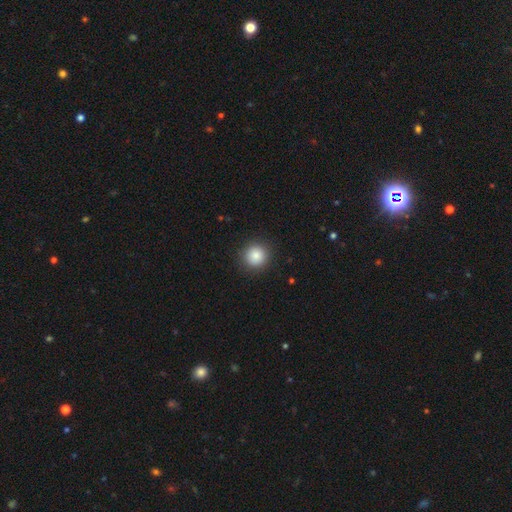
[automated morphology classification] smooth_or_featured: smooth (p=0.86) [alt: star or artifact p=0.09]
how_rounded: round (p=0.94) [alt: in between p=0.05]
merging: none (p=0.91) [alt: minor disturbance p=0.06]